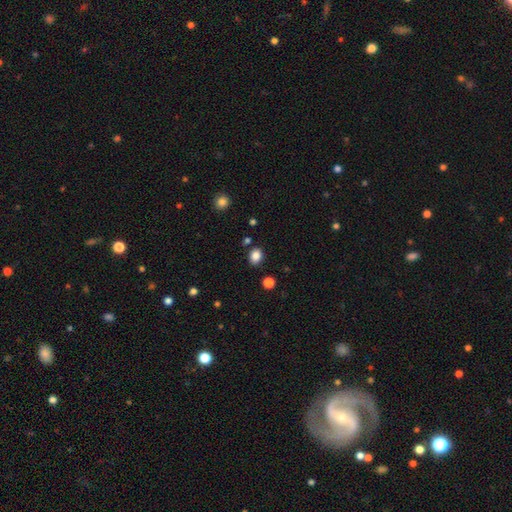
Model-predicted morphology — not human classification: This appears to be a smooth galaxy with no disk features (86%) that is in between round and cigar-shaped (57%). Merging: none (84%).